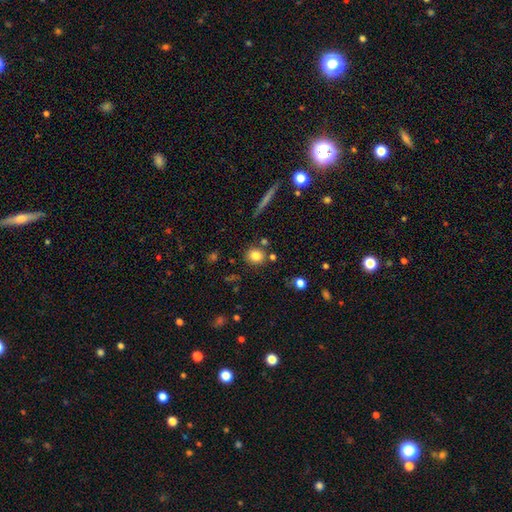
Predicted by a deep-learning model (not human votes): Smooth or featured?
  - smooth: 81% *
  - star or artifact: 11%
  - featured or disk: 8%
How rounded?
  - round: 75% *
  - in between: 23%
  - cigar-shaped: 2%
Merging?
  - none: 80% *
  - minor disturbance: 10%
  - merger: 7%
  - major disturbance: 3%